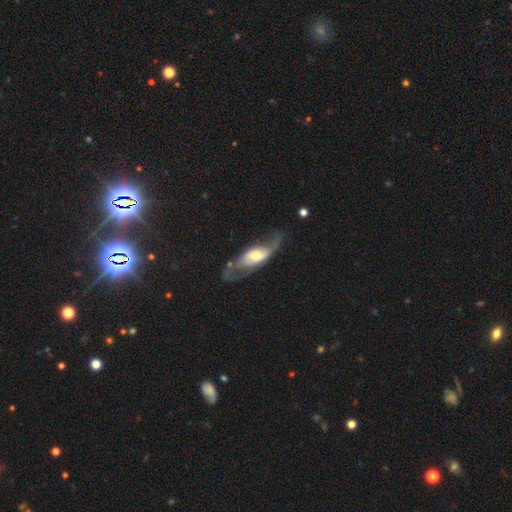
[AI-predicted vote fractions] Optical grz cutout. It shows a featured or disk galaxy (68%) with no bar (50%), spiral arms (77%) and a moderate central bulge (49%). Merging: none (52%).